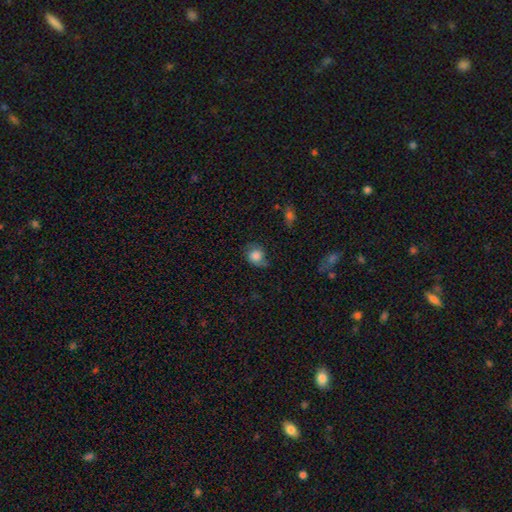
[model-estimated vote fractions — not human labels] A smooth galaxy with no disk features (79%) that is round (73%).

Vote fractions:
- Smooth or featured? smooth: 79% / featured or disk: 12% / star or artifact: 9%
- How rounded? round: 73% / in between: 26% / cigar-shaped: 1%
- Merging? none: 56% / minor disturbance: 31% / major disturbance: 11% / merger: 2%